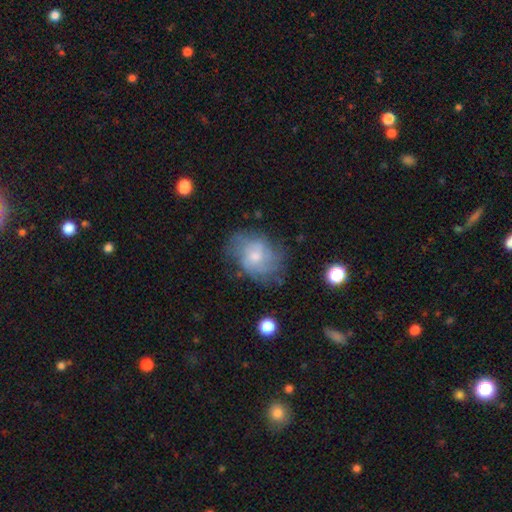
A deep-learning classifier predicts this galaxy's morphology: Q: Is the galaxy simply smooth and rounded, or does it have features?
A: featured or disk — 62%.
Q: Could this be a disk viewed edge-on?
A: no — 97%.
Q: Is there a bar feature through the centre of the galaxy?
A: no — 71%.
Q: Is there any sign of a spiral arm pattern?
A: yes — 83%.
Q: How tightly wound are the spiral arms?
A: tight — 43%.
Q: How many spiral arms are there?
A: can't tell — 49%.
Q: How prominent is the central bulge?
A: small — 49%.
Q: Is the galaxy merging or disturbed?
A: none — 64%.